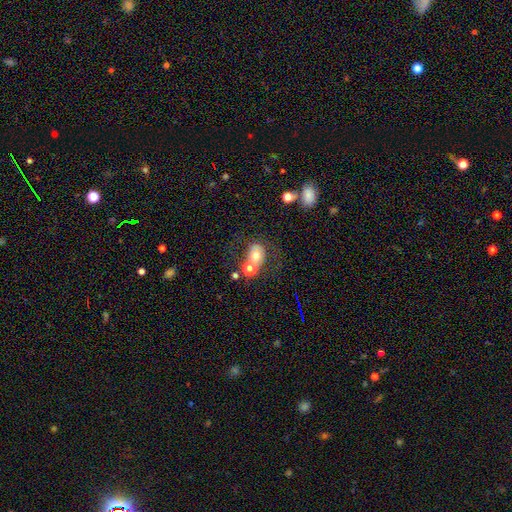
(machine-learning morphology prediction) The model was most divided on "merging": none: 39%, merger: 35%, minor disturbance: 14%, major disturbance: 12%. More confident: smooth or featured — smooth (61%); how rounded — round (54%).